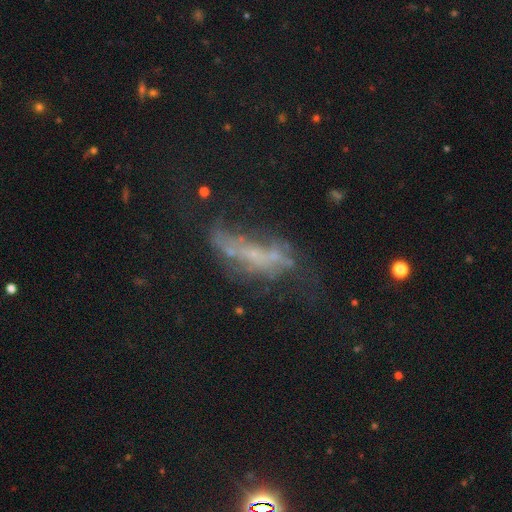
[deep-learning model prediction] This is possibly a featured or disk galaxy (54%). It is clearly not viewed edge-on (82%). Merging: marginally major disturbance (35%).